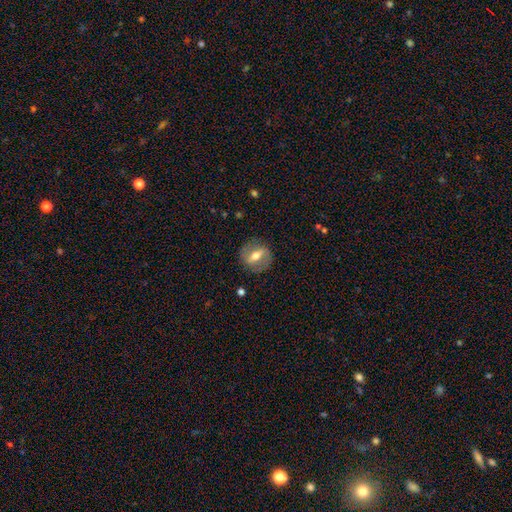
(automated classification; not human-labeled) Smooth or featured?
  - featured or disk: 60% *
  - smooth: 33%
  - star or artifact: 7%
Edge-on disk?
  - no: 83% *
  - yes: 17%
Merging?
  - none: 83% *
  - minor disturbance: 11%
  - major disturbance: 5%
  - merger: 1%